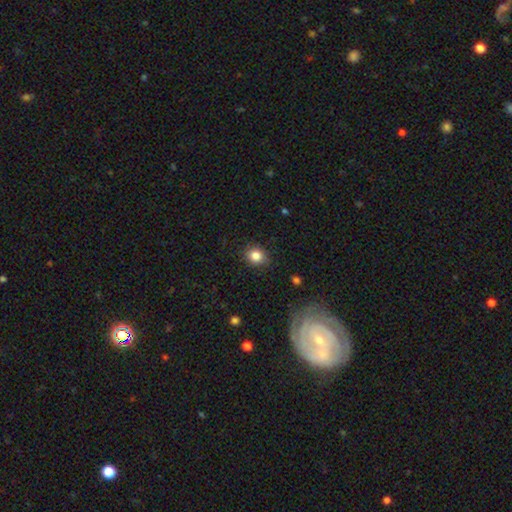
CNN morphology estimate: smooth_or_featured: smooth (p=0.83) [alt: star or artifact p=0.11]
how_rounded: round (p=0.71) [alt: in between p=0.28]
merging: none (p=0.84) [alt: minor disturbance p=0.13]